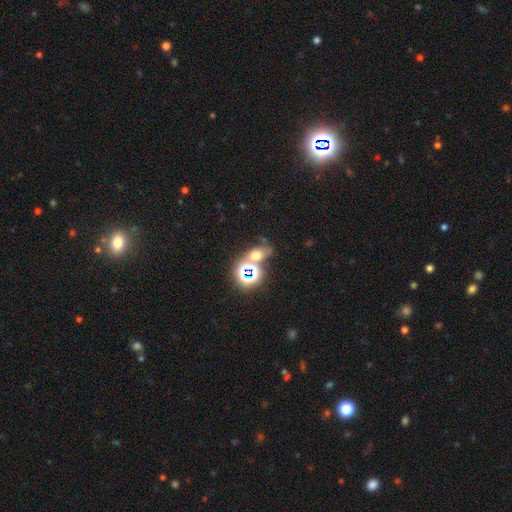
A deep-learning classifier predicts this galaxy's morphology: A smooth galaxy with no disk features (47%).

Vote fractions:
- Smooth or featured? smooth: 47% / star or artifact: 38% / featured or disk: 15%
- Merging? none: 48% / merger: 31% / minor disturbance: 12% / major disturbance: 9%